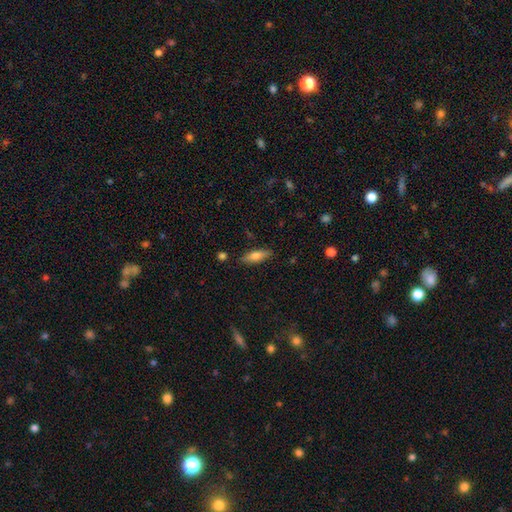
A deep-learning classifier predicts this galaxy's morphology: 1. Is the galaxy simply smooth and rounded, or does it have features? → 72% smooth, 21% featured or disk, 7% star or artifact.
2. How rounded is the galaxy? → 50% in between, 48% cigar-shaped, 2% round.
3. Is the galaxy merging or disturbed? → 85% none, 11% minor disturbance, 2% major disturbance, 2% merger.